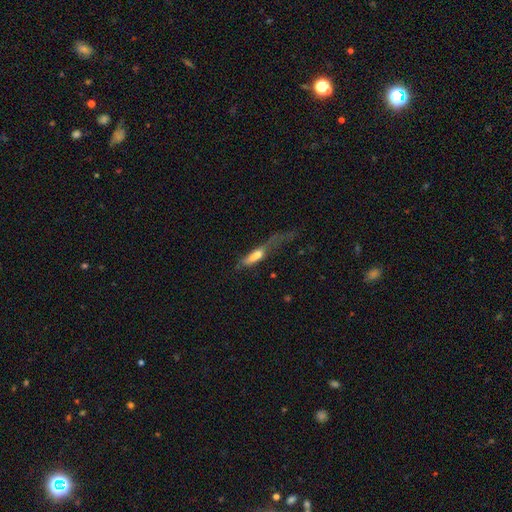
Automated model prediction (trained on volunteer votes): Smooth or featured: smooth — 57% (featured or disk — 34%)
How rounded: cigar-shaped — 66% (in between — 31%)
Merging: major disturbance — 51% (none — 19%)